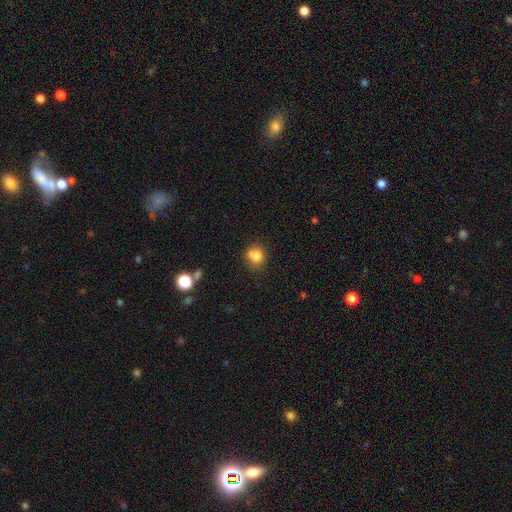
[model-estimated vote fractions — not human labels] A smooth galaxy with no disk features (80%) that is round (65%). Merging: none (58%).